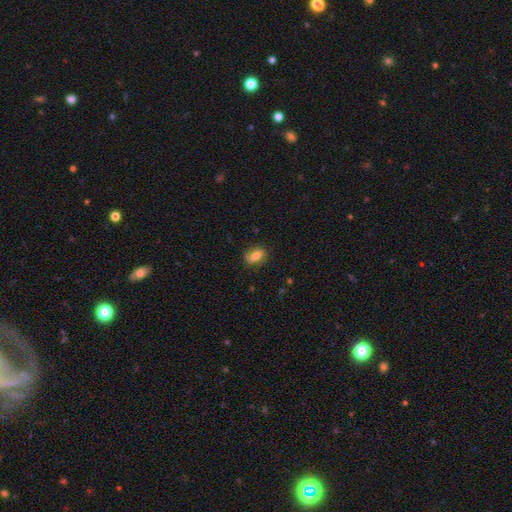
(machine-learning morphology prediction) Smooth or featured: smooth — 52% (featured or disk — 38%)
How rounded: in between — 76% (round — 20%)
Merging: none — 74% (minor disturbance — 19%)